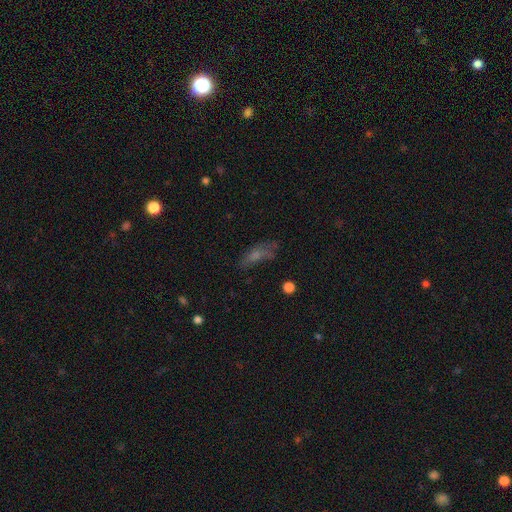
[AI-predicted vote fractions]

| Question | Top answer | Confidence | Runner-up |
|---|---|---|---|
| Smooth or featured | smooth | 54% | featured or disk (27%) |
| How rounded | in between | 58% | cigar-shaped (36%) |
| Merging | none | 53% | minor disturbance (26%) |